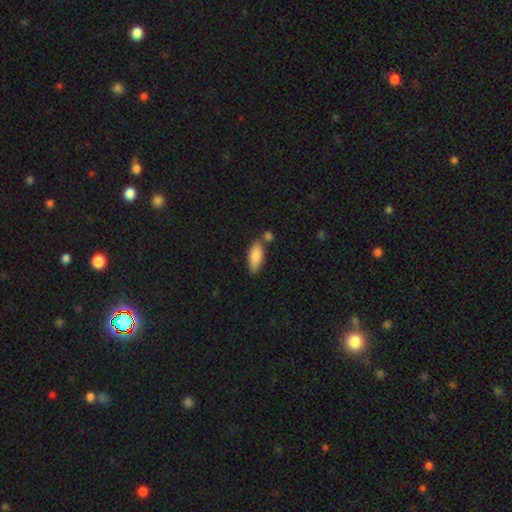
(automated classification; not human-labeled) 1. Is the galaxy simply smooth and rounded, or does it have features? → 86% smooth, 8% featured or disk, 6% star or artifact.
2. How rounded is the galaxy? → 79% in between, 18% cigar-shaped, 2% round.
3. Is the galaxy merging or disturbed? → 64% none, 17% merger, 15% minor disturbance, 3% major disturbance.